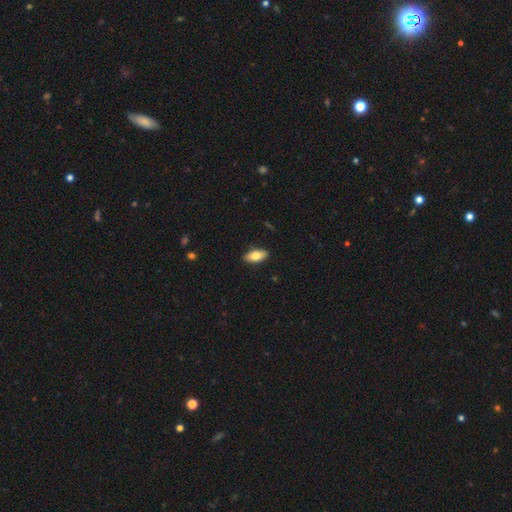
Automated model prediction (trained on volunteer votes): A smooth galaxy with no disk features (73%) that is in between round and cigar-shaped (86%). Merging: none (89%).